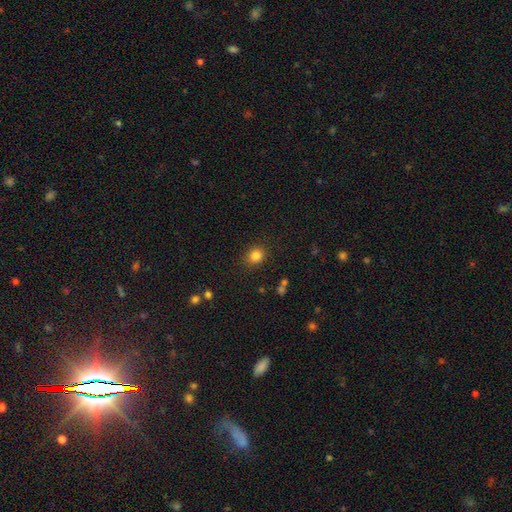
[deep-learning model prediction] Smooth or featured?
  - smooth: 84% *
  - star or artifact: 11%
  - featured or disk: 4%
How rounded?
  - round: 79% *
  - in between: 20%
  - cigar-shaped: 1%
Merging?
  - none: 86% *
  - minor disturbance: 9%
  - major disturbance: 3%
  - merger: 2%